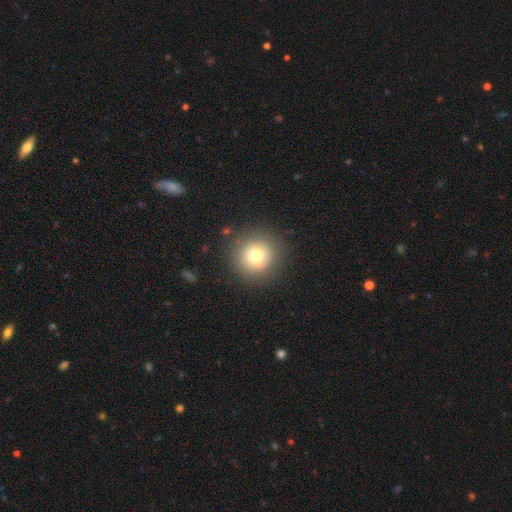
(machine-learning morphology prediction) Smooth or featured: smooth — 73% (featured or disk — 14%)
How rounded: round — 94% (in between — 5%)
Merging: none — 87% (minor disturbance — 8%)